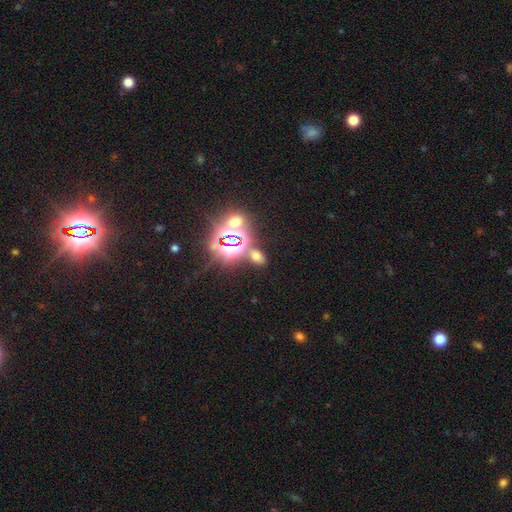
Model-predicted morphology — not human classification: Smooth or featured: smooth — 47% (star or artifact — 44%)
Merging: none — 76% (merger — 10%)